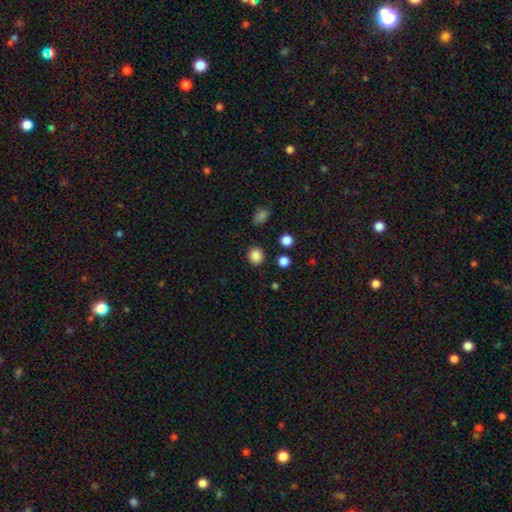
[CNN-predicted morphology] Smooth or featured? Predicted: smooth (p=0.85). How rounded? Predicted: round (p=0.85). Merging? Predicted: none (p=0.88).